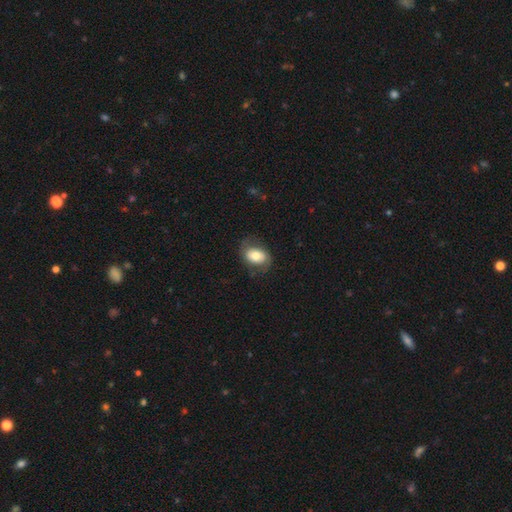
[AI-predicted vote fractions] smooth_or_featured: smooth (p=0.63) [alt: featured or disk p=0.30]
how_rounded: in between (p=0.78) [alt: round p=0.20]
merging: none (p=0.68) [alt: minor disturbance p=0.20]